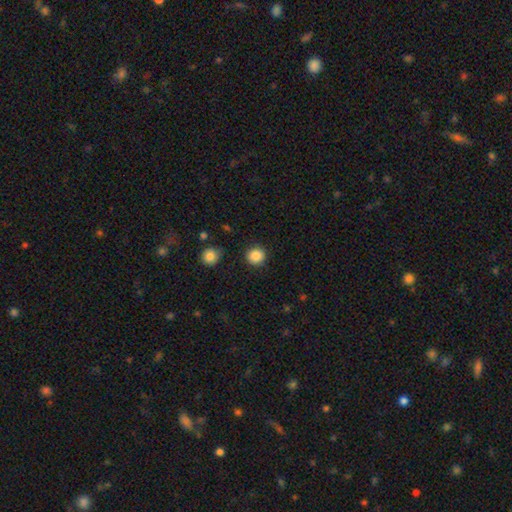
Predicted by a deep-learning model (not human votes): smooth-or-featured: smooth: 87% | star or artifact: 9% | featured or disk: 4%
  how-rounded: round: 93% | in between: 6% | cigar-shaped: 1%
  merging: none: 89% | minor disturbance: 7% | major disturbance: 2% | merger: 2%